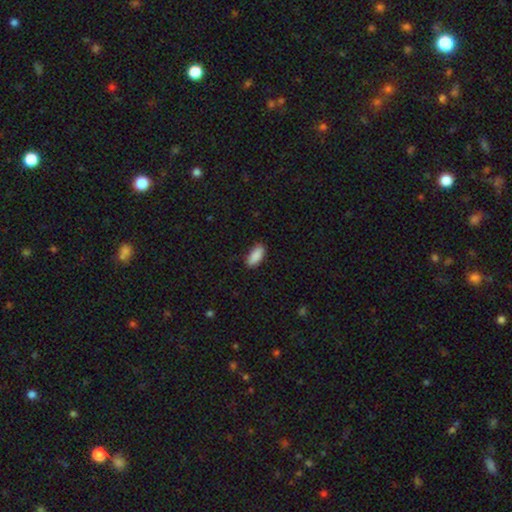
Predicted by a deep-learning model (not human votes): A smooth galaxy with no disk features (90%) that is in between round and cigar-shaped (87%).

Vote fractions:
- Smooth or featured? smooth: 90% / star or artifact: 6% / featured or disk: 4%
- How rounded? in between: 87% / cigar-shaped: 11% / round: 2%
- Merging? none: 85% / minor disturbance: 12% / major disturbance: 2% / merger: 1%